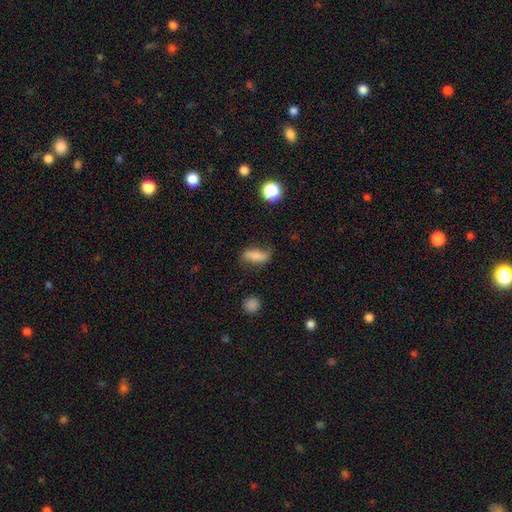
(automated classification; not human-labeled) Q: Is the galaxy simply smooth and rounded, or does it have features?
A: smooth — 71%.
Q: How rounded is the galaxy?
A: in between — 69%.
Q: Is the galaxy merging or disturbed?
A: none — 61%.